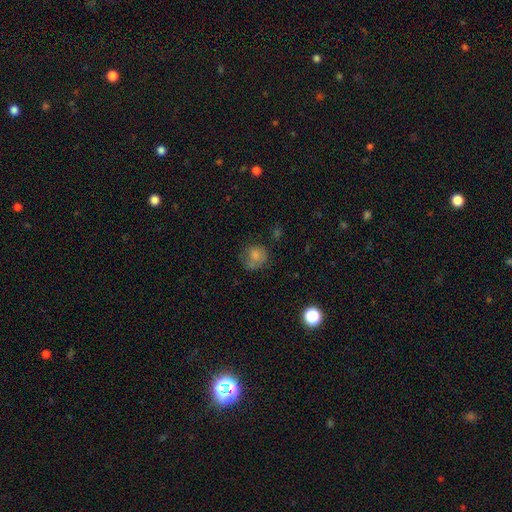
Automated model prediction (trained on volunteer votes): A smooth galaxy with no disk features (72%) that is round (76%).

Vote fractions:
- Smooth or featured? smooth: 72% / featured or disk: 16% / star or artifact: 11%
- How rounded? round: 76% / in between: 23% / cigar-shaped: 1%
- Merging? none: 51% / minor disturbance: 27% / major disturbance: 16% / merger: 6%